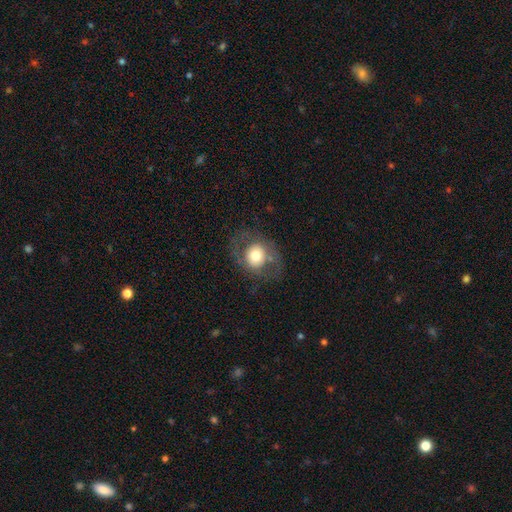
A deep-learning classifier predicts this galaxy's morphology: smooth_or_featured: smooth (p=0.56) [alt: featured or disk p=0.36]
how_rounded: round (p=0.71) [alt: in between p=0.28]
merging: none (p=0.69) [alt: minor disturbance p=0.15]